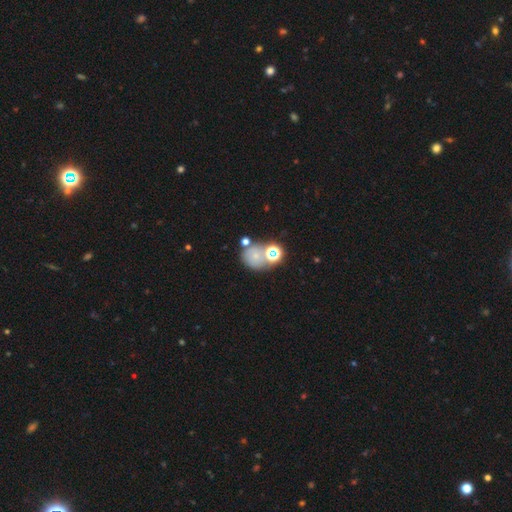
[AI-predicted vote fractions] Smooth or featured?
  - smooth: 59% *
  - star or artifact: 23%
  - featured or disk: 19%
How rounded?
  - round: 68% *
  - in between: 31%
  - cigar-shaped: 1%
Merging?
  - none: 49% *
  - merger: 30%
  - minor disturbance: 14%
  - major disturbance: 8%